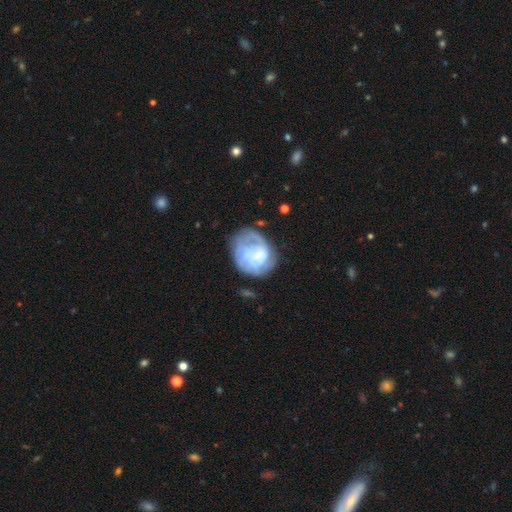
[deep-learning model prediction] Smooth or featured: featured or disk — 65% (smooth — 28%)
Edge-on disk: no — 98% (yes — 2%)
Bar: no — 69% (weak — 26%)
Spiral arms: yes — 68% (no — 32%)
Bulge size: small — 53% (moderate — 27%)
Merging: none — 49% (minor disturbance — 26%)